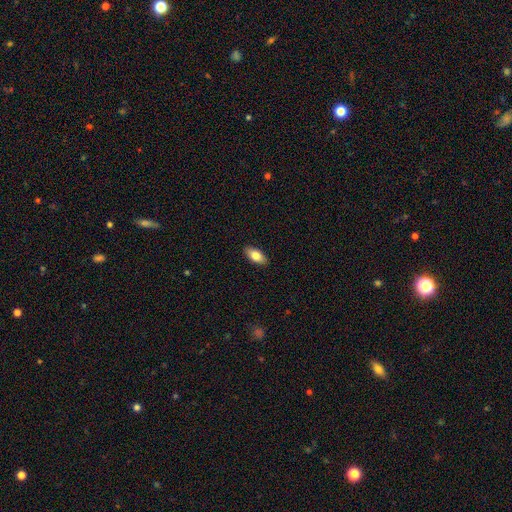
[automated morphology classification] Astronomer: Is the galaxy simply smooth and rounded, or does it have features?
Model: smooth — 79%.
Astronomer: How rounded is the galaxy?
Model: in between — 88%.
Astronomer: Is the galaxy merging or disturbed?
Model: none — 90%.